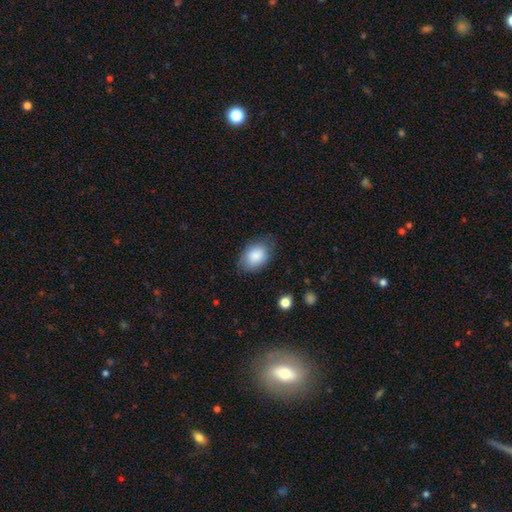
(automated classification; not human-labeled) smooth-or-featured: smooth: 85% | featured or disk: 8% | star or artifact: 7%
  how-rounded: in between: 83% | round: 16% | cigar-shaped: 1%
  merging: none: 75% | minor disturbance: 19% | major disturbance: 5% | merger: 1%